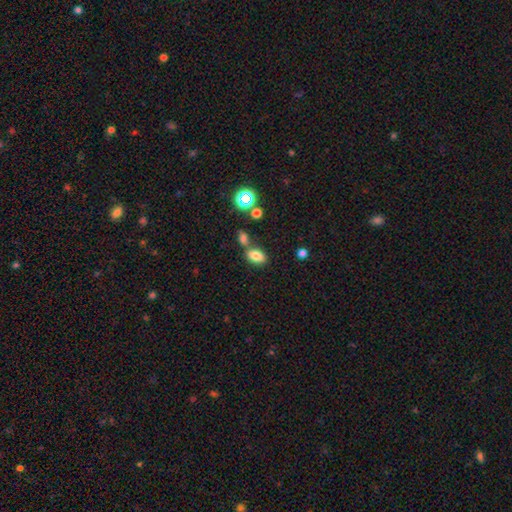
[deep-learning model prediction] Smooth or featured? smooth (78%)
How rounded? in between (85%)
Merging? none (61%)